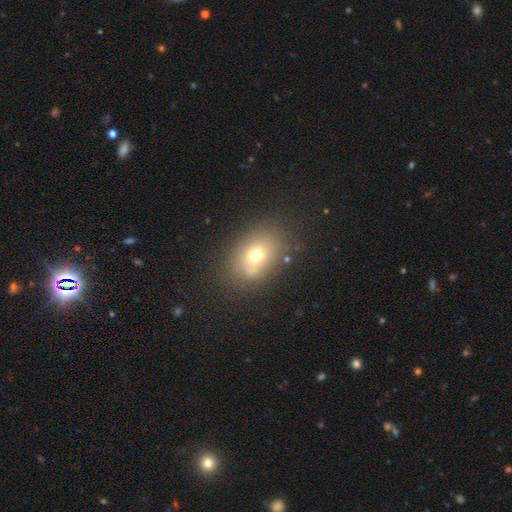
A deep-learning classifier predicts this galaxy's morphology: smooth-or-featured: smooth: 68% | featured or disk: 18% | star or artifact: 14%
  how-rounded: in between: 73% | round: 26% | cigar-shaped: 1%
  merging: none: 73% | minor disturbance: 16% | major disturbance: 6% | merger: 4%